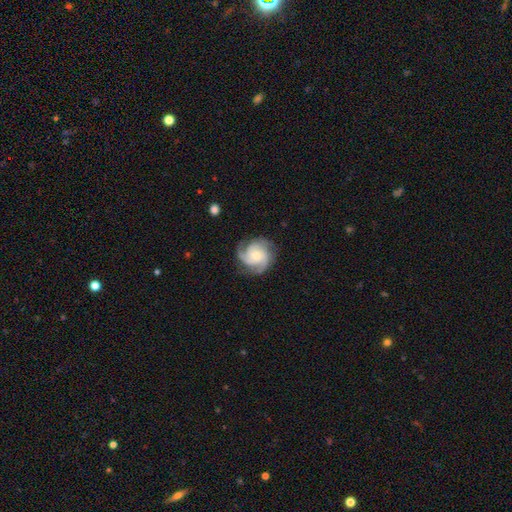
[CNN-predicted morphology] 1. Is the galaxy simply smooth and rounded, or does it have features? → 87% featured or disk, 8% smooth, 5% star or artifact.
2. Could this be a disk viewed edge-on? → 98% no, 2% yes.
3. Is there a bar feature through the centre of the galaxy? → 75% no, 22% weak, 4% strong.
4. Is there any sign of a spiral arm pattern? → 98% yes, 2% no.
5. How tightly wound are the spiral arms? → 50% tight, 42% medium, 8% loose.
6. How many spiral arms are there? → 69% 3, 12% 4, 7% 2, 6% can't tell, 3% 1, 3% more than 4.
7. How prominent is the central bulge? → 53% small, 39% moderate, 3% large, 3% none, 1% dominant.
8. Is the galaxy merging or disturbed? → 78% none, 15% minor disturbance, 6% major disturbance, 1% merger.